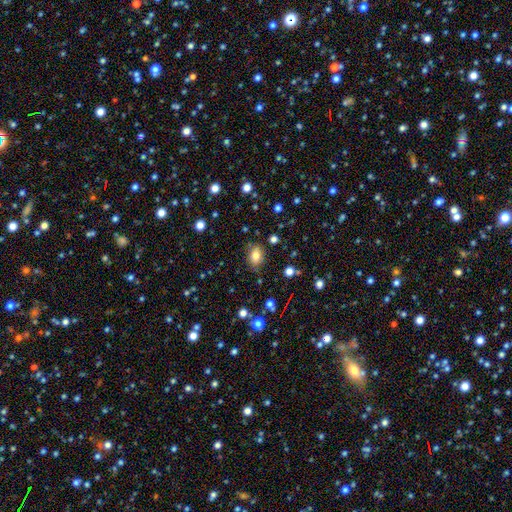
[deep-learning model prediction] A smooth galaxy with no disk features (78%) that is in between round and cigar-shaped (75%).

Vote fractions:
- Smooth or featured? smooth: 78% / star or artifact: 11% / featured or disk: 10%
- How rounded? in between: 75% / round: 23% / cigar-shaped: 2%
- Merging? none: 78% / minor disturbance: 16% / major disturbance: 4% / merger: 3%